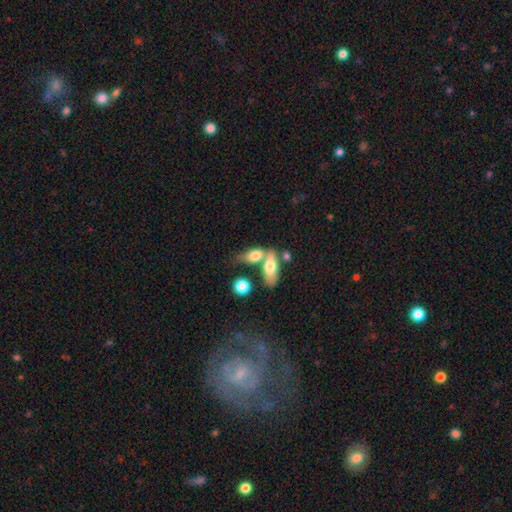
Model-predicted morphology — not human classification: smooth 70%, featured or disk 24%, star or artifact 7%. Down the decision tree: how rounded — in between (75%); merging — merger (55%).